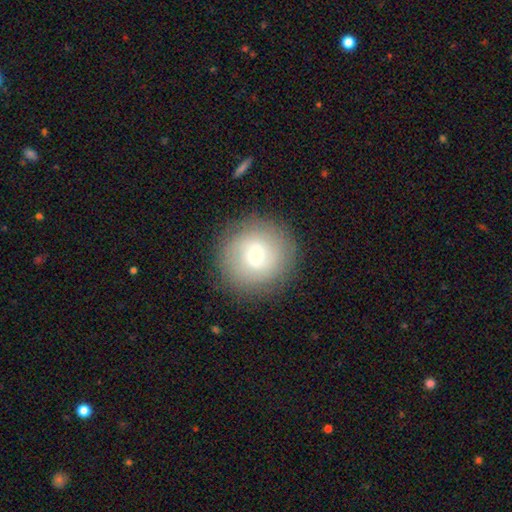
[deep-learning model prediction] smooth_or_featured: smooth (p=0.59) [alt: featured or disk p=0.31]
how_rounded: round (p=0.95) [alt: in between p=0.04]
merging: none (p=0.88) [alt: minor disturbance p=0.08]